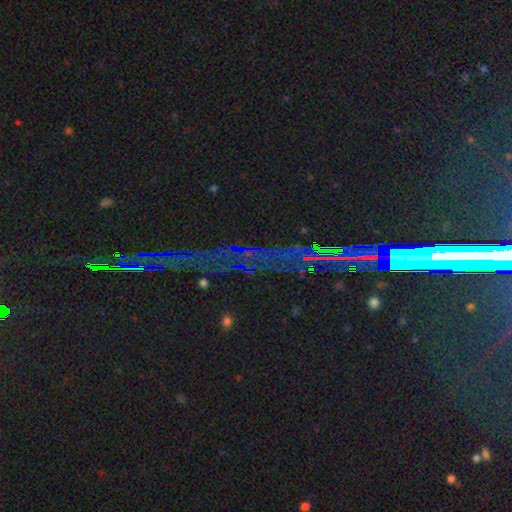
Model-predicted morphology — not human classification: Overall: star or artifact (80%).